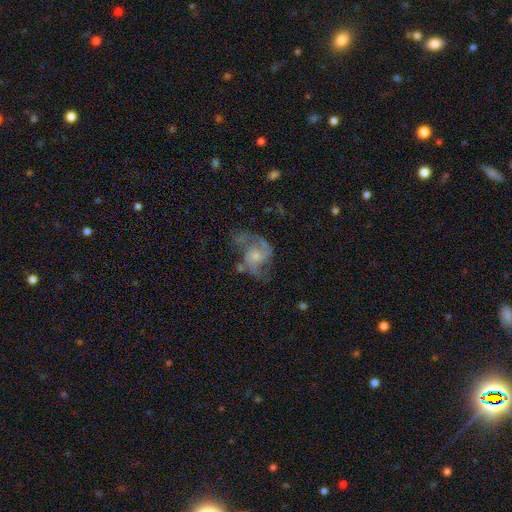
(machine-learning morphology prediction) This appears to be a featured or disk galaxy (74%) with no bar (68%), 2 (73%) medium (45%) spiral arms (86%) and a small central bulge (45%). Merging: none (44%).